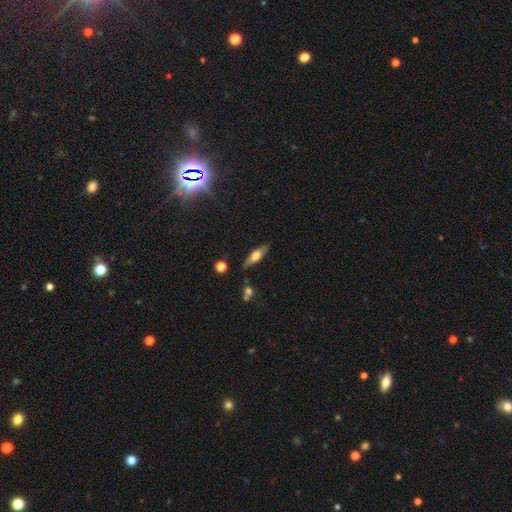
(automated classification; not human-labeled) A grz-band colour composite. It shows a smooth galaxy with no disk features (47%). Merging: none (83%).